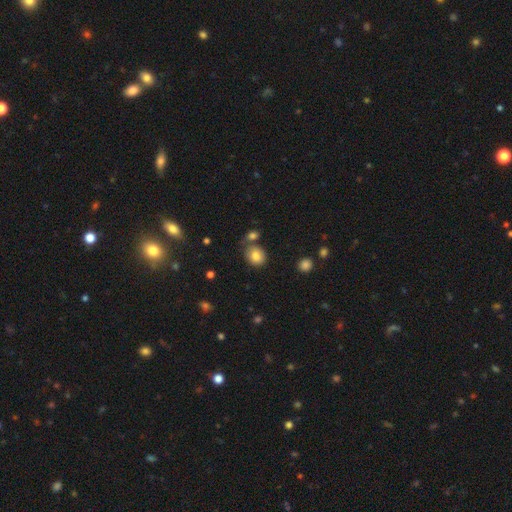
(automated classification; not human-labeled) Smooth or featured? smooth (82%)
How rounded? round (63%)
Merging? none (70%)